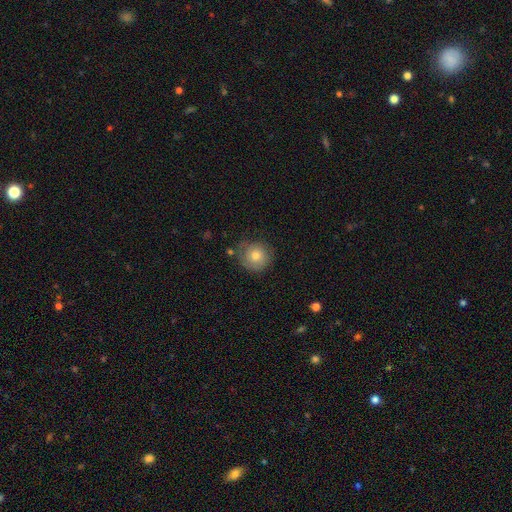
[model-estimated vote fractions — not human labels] This appears to be a smooth galaxy with no disk features (67%) that is round (92%). Merging: none (69%).